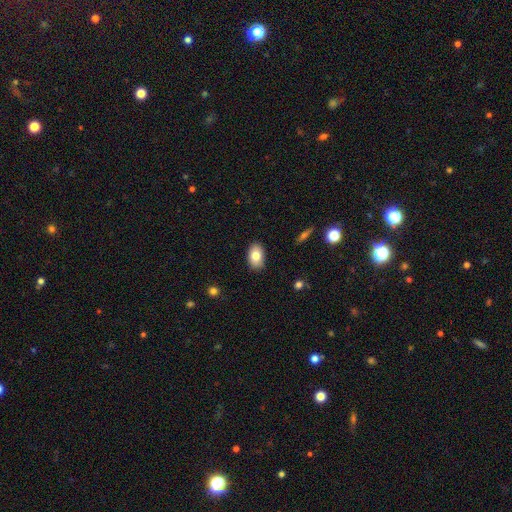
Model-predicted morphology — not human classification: Smooth or featured?
  - smooth: 80% *
  - featured or disk: 12%
  - star or artifact: 8%
How rounded?
  - in between: 91% *
  - round: 8%
  - cigar-shaped: 1%
Merging?
  - none: 87% *
  - minor disturbance: 10%
  - major disturbance: 2%
  - merger: 1%